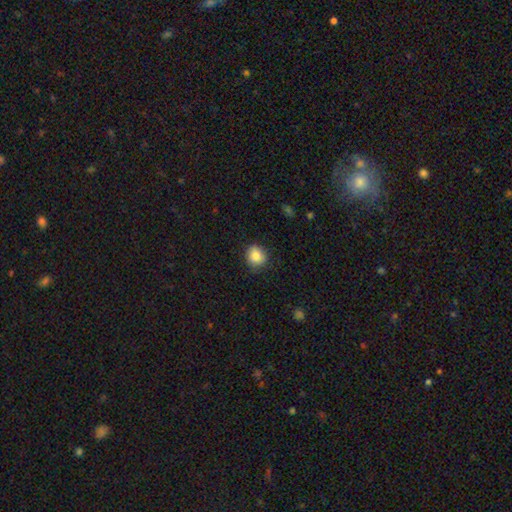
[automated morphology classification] Smooth or featured?
  - smooth: 85% *
  - star or artifact: 9%
  - featured or disk: 6%
How rounded?
  - round: 73% *
  - in between: 26%
  - cigar-shaped: 1%
Merging?
  - none: 82% *
  - minor disturbance: 14%
  - major disturbance: 3%
  - merger: 1%